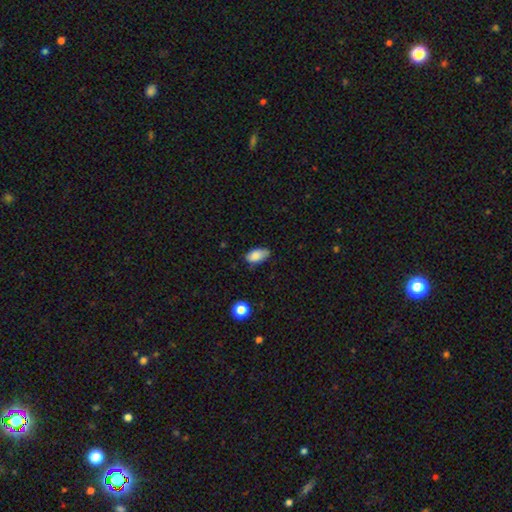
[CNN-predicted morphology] Smooth or featured: smooth — 85% (star or artifact — 8%)
How rounded: in between — 93% (round — 4%)
Merging: none — 66% (minor disturbance — 28%)